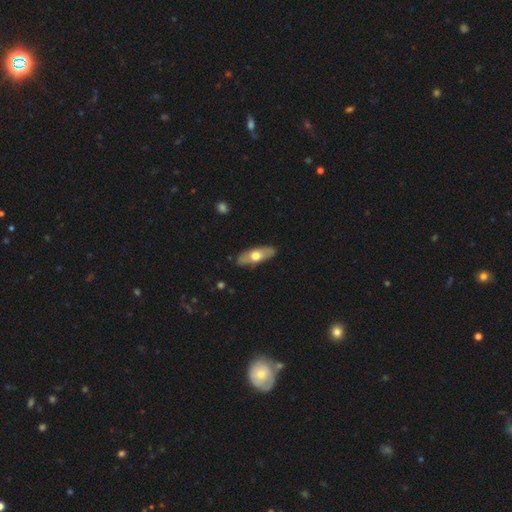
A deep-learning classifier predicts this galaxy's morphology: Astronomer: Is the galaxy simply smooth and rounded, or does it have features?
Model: smooth — 48% (runner-up: featured or disk, 47%).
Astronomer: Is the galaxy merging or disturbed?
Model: none — 86%.